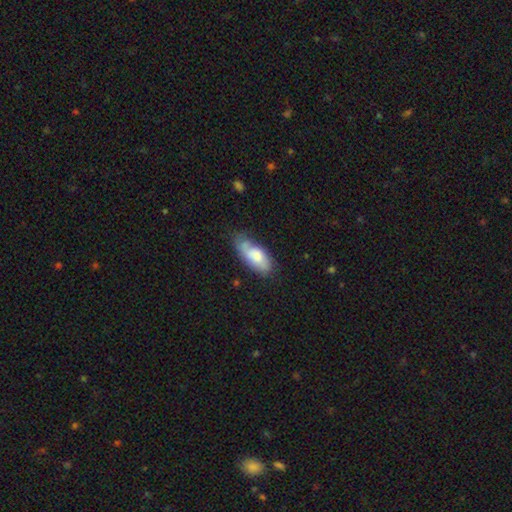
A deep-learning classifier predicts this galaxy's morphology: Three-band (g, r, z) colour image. It shows a smooth galaxy with no disk features (68%) that is in between round and cigar-shaped (85%). Merging: none (45%).